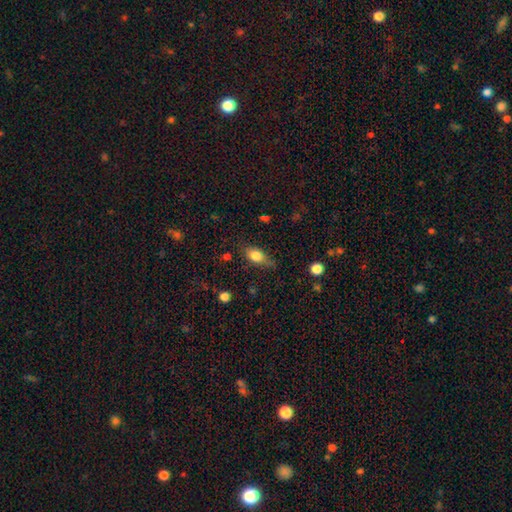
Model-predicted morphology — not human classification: Smooth or featured: smooth — 80% (featured or disk — 12%)
How rounded: in between — 81% (round — 11%)
Merging: none — 65% (minor disturbance — 26%)